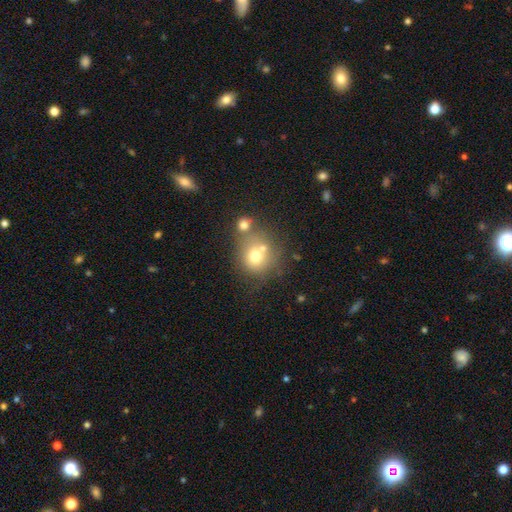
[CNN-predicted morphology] Smooth or featured: smooth — 68% (featured or disk — 18%)
How rounded: round — 79% (in between — 20%)
Merging: none — 45% (merger — 37%)